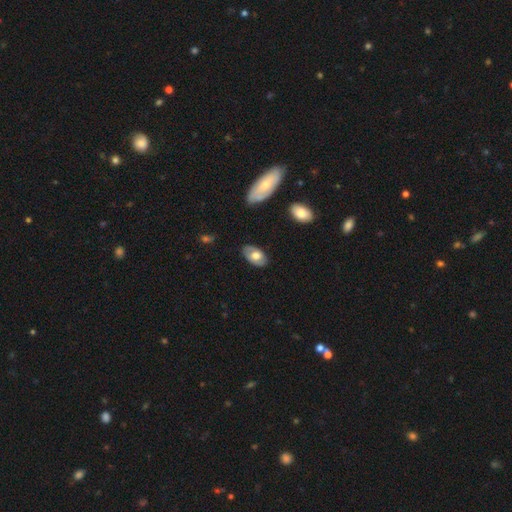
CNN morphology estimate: Smooth or featured?
  - smooth: 60% *
  - featured or disk: 34%
  - star or artifact: 6%
How rounded?
  - in between: 93% *
  - round: 5%
  - cigar-shaped: 2%
Merging?
  - none: 82% *
  - minor disturbance: 14%
  - major disturbance: 3%
  - merger: 1%